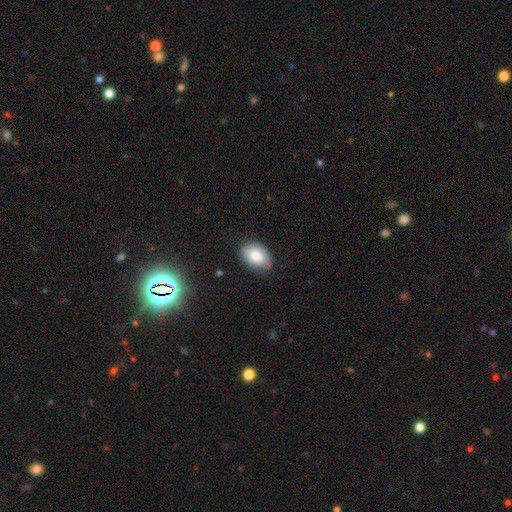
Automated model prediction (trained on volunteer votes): Smooth or featured?
  - smooth: 84% *
  - featured or disk: 9%
  - star or artifact: 7%
How rounded?
  - in between: 90% *
  - round: 9%
  - cigar-shaped: 1%
Merging?
  - none: 82% *
  - minor disturbance: 14%
  - major disturbance: 3%
  - merger: 1%